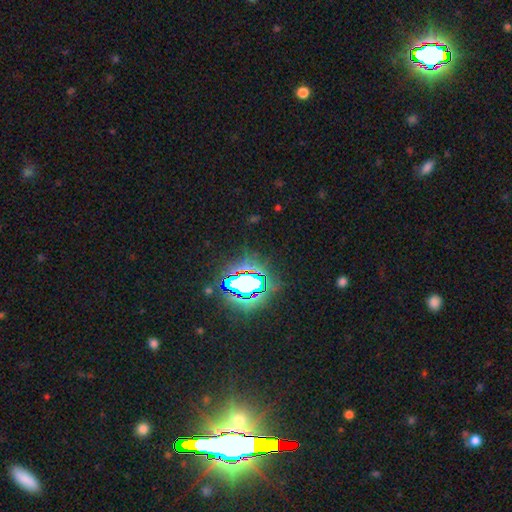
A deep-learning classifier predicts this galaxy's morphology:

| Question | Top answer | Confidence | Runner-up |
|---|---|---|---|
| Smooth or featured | star or artifact | 84% | smooth (8%) |